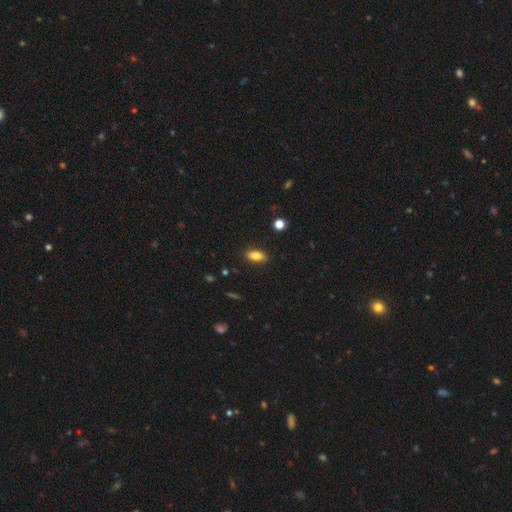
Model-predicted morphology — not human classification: The model was most divided on "how rounded": in between: 85%, cigar-shaped: 11%, round: 4%. More confident: merging — none (85%); smooth or featured — smooth (84%).